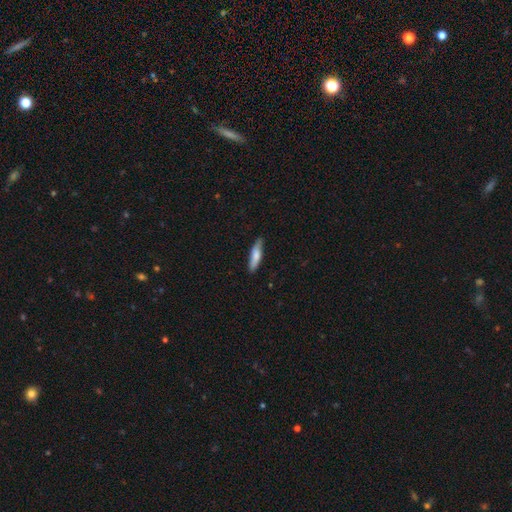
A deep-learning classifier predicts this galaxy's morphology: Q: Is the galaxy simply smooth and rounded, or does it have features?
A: smooth — 73%.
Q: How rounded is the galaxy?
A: cigar-shaped — 74%.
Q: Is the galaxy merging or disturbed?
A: none — 82%.